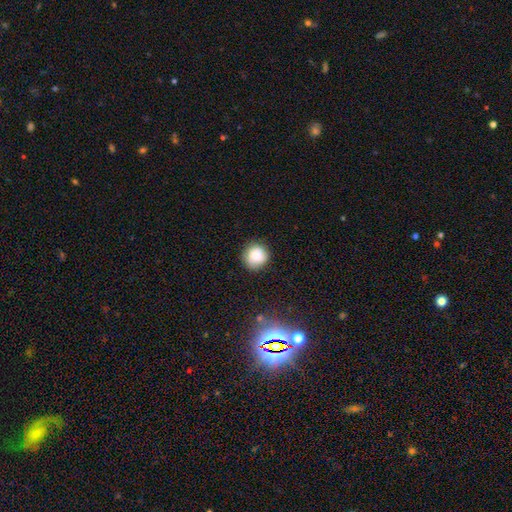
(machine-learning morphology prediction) This appears to be a smooth galaxy with no disk features (75%) that is round (90%). Merging: none (78%).